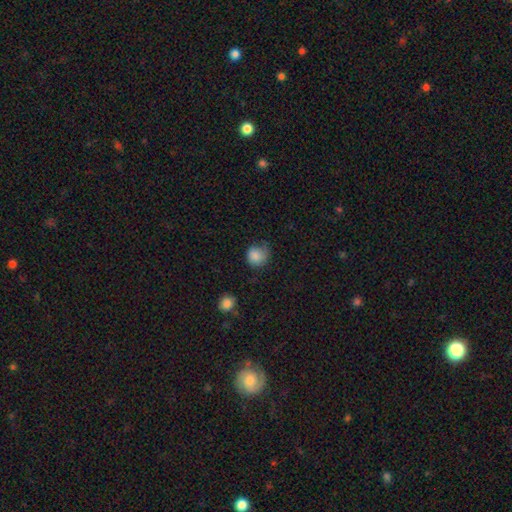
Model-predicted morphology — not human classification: This is clearly a smooth galaxy (84%). How rounded: clearly round (84%). Merging: likely none (60%).